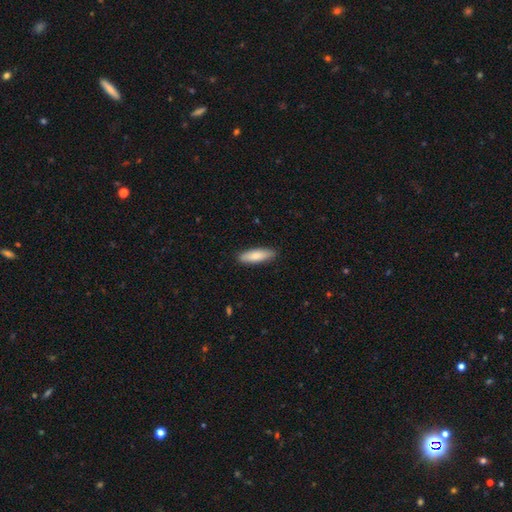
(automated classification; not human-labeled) smooth 81%, featured or disk 14%, star or artifact 5%. Down the decision tree: how rounded — cigar-shaped (57%); merging — none (89%).